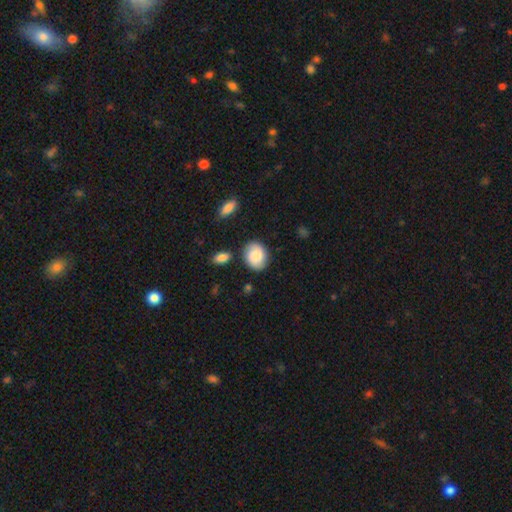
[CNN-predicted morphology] Smooth or featured: smooth — 73% (featured or disk — 19%)
How rounded: in between — 56% (round — 43%)
Merging: none — 78% (minor disturbance — 14%)